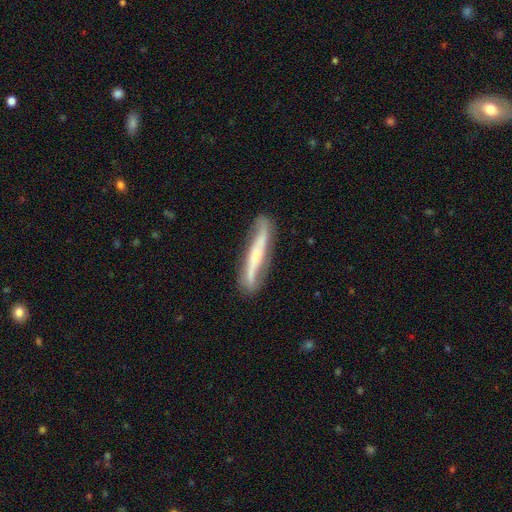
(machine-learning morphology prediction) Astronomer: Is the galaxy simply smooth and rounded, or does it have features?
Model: featured or disk — 66%.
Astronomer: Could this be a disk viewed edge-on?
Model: yes — 61% (runner-up: no, 39%).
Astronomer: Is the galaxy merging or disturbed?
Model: none — 77%.